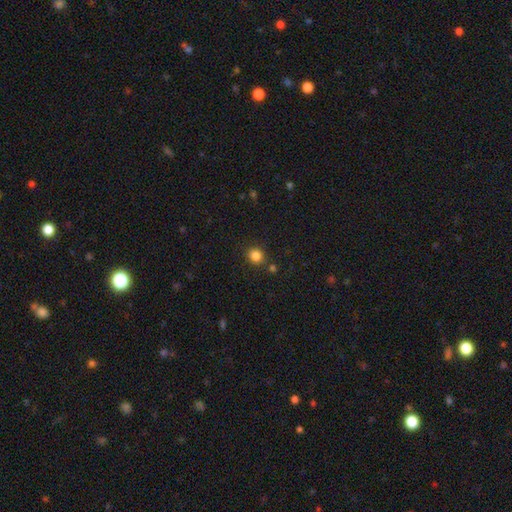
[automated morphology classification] smooth-or-featured: smooth: 84% | star or artifact: 12% | featured or disk: 4%
  how-rounded: round: 86% | in between: 13% | cigar-shaped: 1%
  merging: none: 85% | minor disturbance: 8% | merger: 5% | major disturbance: 2%